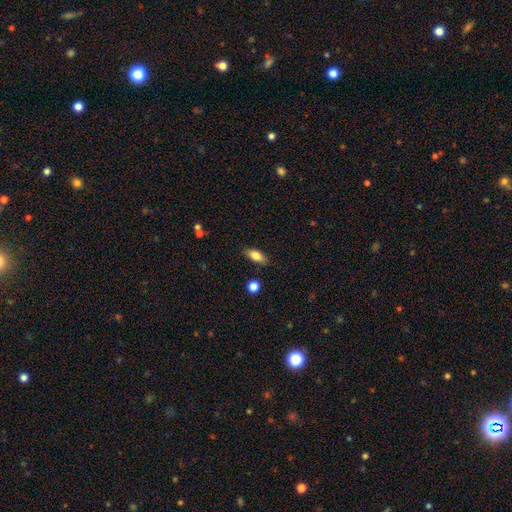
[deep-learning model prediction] Smooth or featured? smooth (80%)
How rounded? in between (80%)
Merging? none (83%)